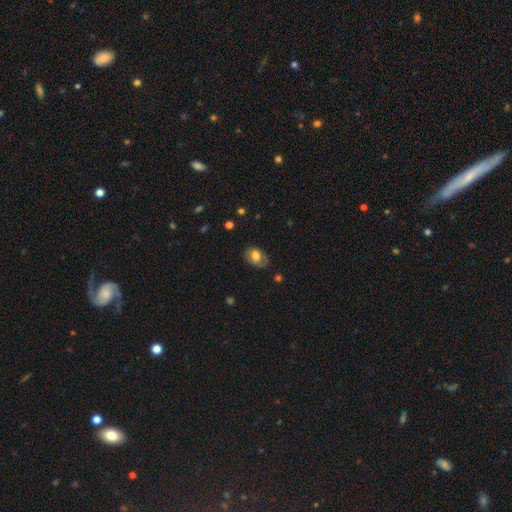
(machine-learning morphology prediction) type=smooth (68%); roundness=in between (79%); merging=none (71%).